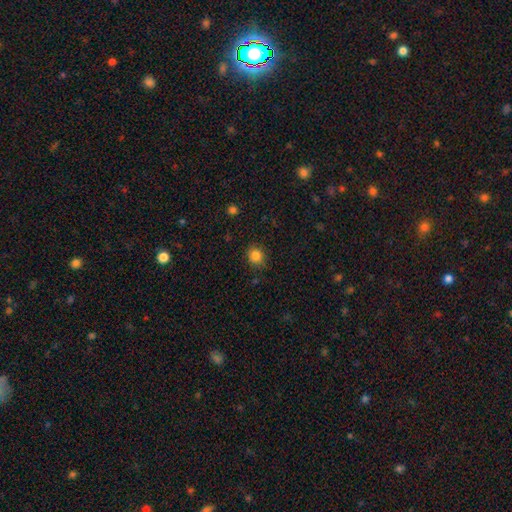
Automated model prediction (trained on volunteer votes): A smooth galaxy with no disk features (84%) that is round (82%). Merging: none (86%).